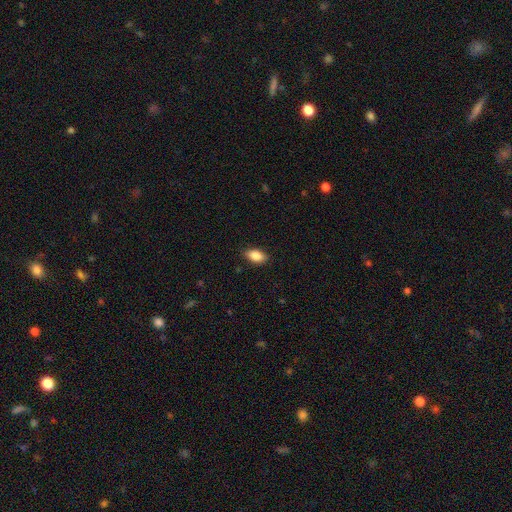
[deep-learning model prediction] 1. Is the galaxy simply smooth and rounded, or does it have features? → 87% smooth, 7% star or artifact, 6% featured or disk.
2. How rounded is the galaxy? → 91% in between, 5% round, 5% cigar-shaped.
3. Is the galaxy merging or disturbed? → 86% none, 11% minor disturbance, 2% major disturbance, 1% merger.